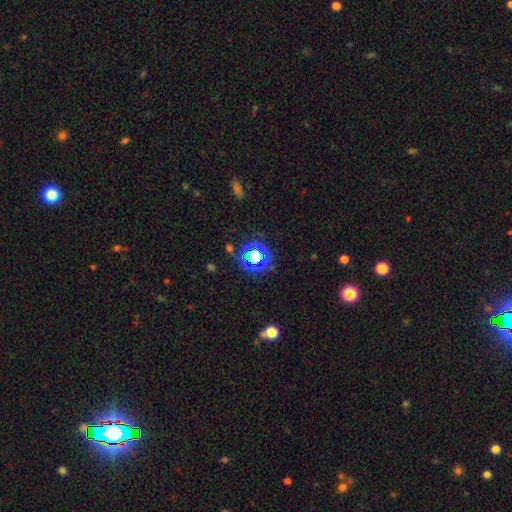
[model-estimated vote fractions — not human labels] smooth_or_featured: star or artifact (p=0.67) [alt: smooth p=0.22]